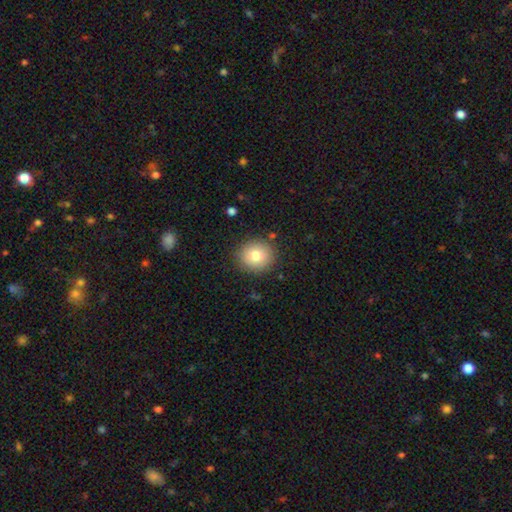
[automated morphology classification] A smooth galaxy with no disk features (78%) that is round (89%).

Vote fractions:
- Smooth or featured? smooth: 78% / featured or disk: 11% / star or artifact: 11%
- How rounded? round: 89% / in between: 10% / cigar-shaped: 1%
- Merging? none: 89% / minor disturbance: 7% / major disturbance: 2% / merger: 1%